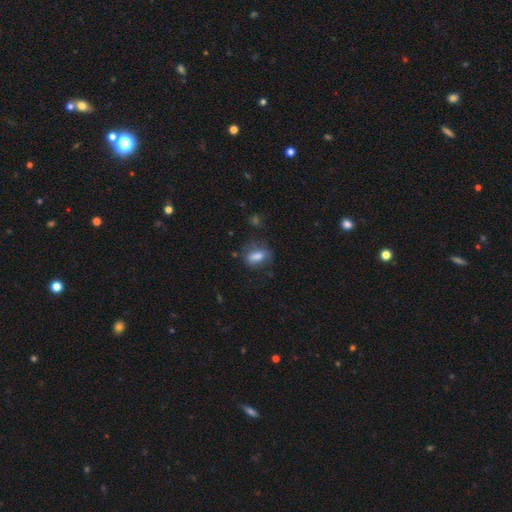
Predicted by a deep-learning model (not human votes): Morphology: type=smooth (74%); roundness=in between (79%); merging=none (56%).